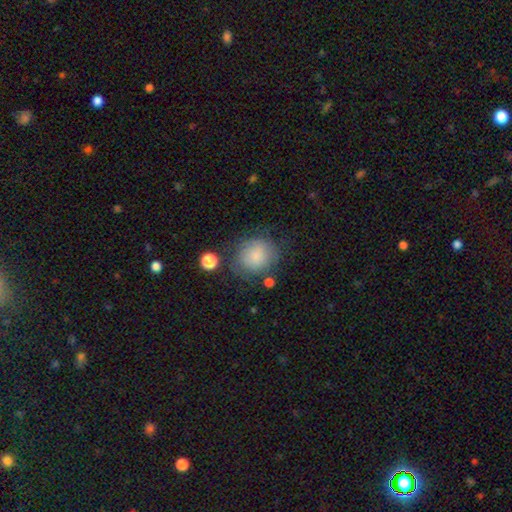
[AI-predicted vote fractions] A smooth galaxy with no disk features (78%) that is round (74%). Merging: none (63%).